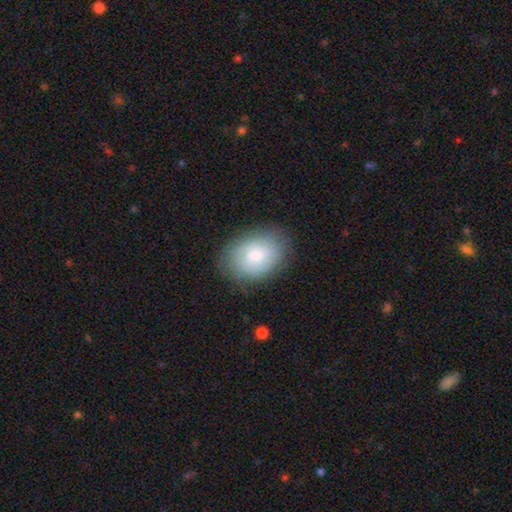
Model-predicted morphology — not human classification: This appears to be a smooth galaxy with no disk features (60%) that is in between round and cigar-shaped (73%). Merging: none (78%).